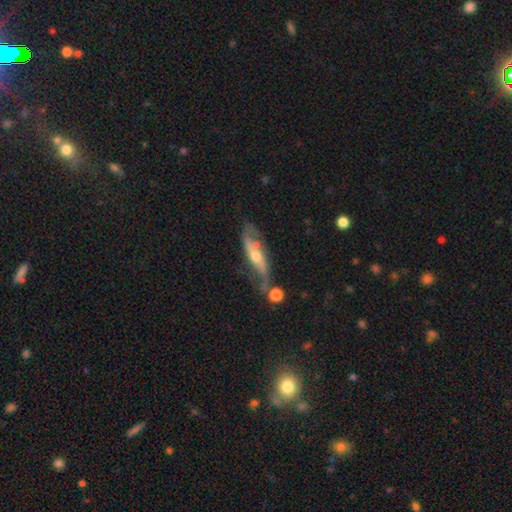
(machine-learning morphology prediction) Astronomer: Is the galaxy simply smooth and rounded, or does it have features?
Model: featured or disk — 78%.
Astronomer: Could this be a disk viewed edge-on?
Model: no — 72%.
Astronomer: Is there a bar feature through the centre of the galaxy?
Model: no — 54% (runner-up: weak, 31%).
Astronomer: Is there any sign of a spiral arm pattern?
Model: yes — 87%.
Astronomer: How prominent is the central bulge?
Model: moderate — 60%.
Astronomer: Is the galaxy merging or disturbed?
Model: none — 46% (runner-up: minor disturbance, 24%).